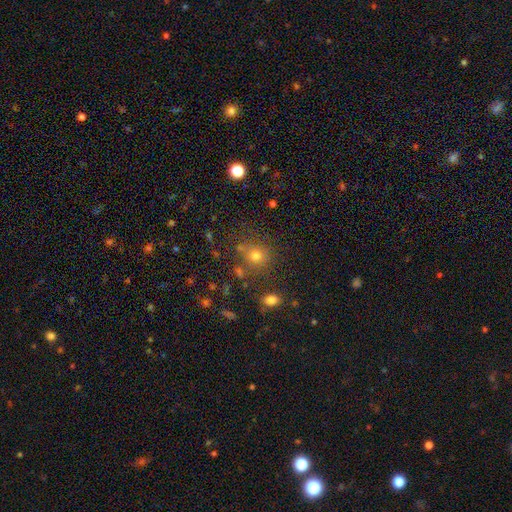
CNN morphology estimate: Overall: smooth (71%). How rounded: round (84%). Merging: none (73%).